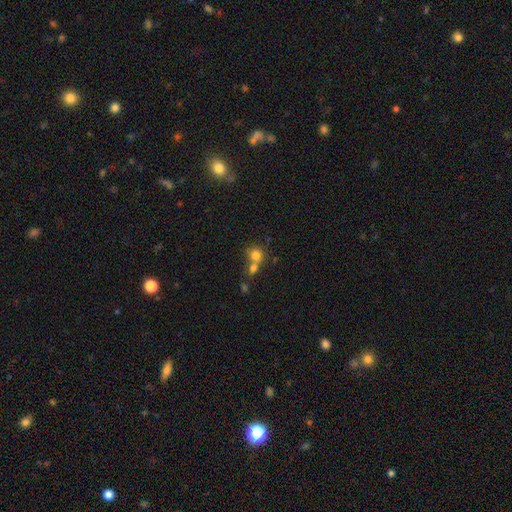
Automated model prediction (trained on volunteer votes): A smooth galaxy with no disk features (77%) that is round (77%).

Vote fractions:
- Smooth or featured? smooth: 77% / star or artifact: 12% / featured or disk: 11%
- How rounded? round: 77% / in between: 22% / cigar-shaped: 1%
- Merging? merger: 51% / none: 38% / minor disturbance: 8% / major disturbance: 4%